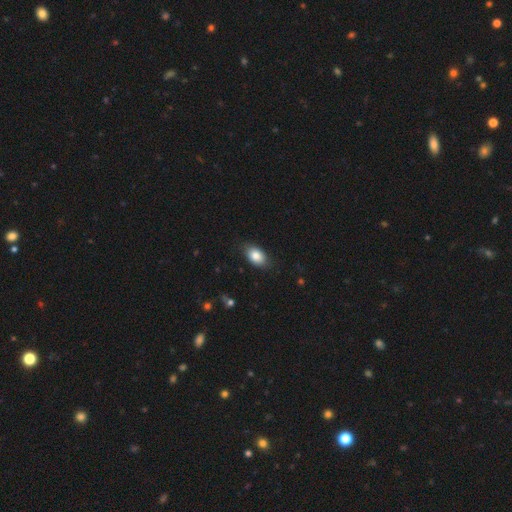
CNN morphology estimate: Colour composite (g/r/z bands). It shows a smooth galaxy with no disk features (84%) that is in between round and cigar-shaped (88%). Merging: none (82%).